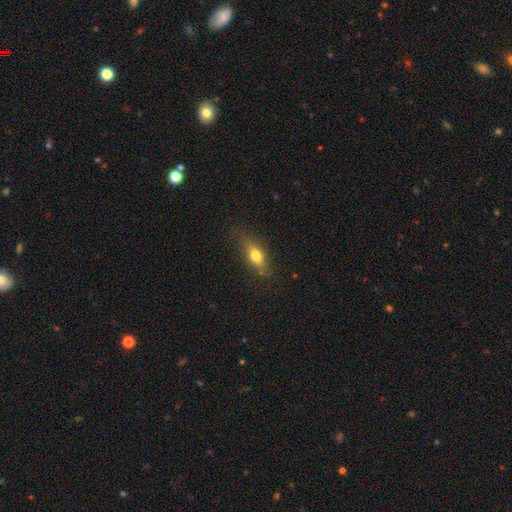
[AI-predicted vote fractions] Smooth or featured: smooth — 73% (featured or disk — 19%)
How rounded: in between — 73% (cigar-shaped — 19%)
Merging: none — 75% (minor disturbance — 18%)